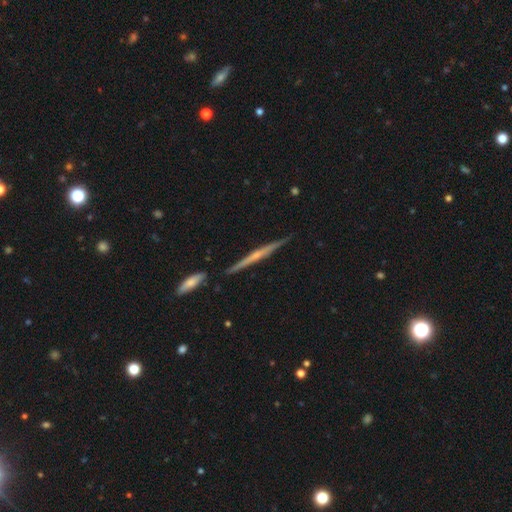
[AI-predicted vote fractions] This appears to be a featured or disk galaxy (70%) viewed edge-on (98%) with a rounded central bulge (51%). Merging: none (86%).